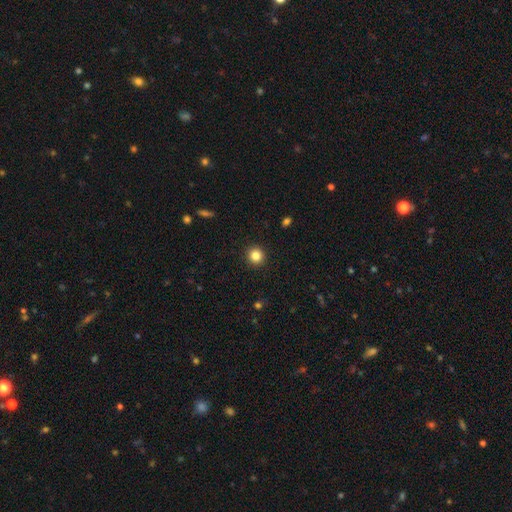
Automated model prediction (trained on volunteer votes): Smooth or featured?
  - smooth: 84% *
  - star or artifact: 11%
  - featured or disk: 5%
How rounded?
  - round: 94% *
  - in between: 5%
  - cigar-shaped: 1%
Merging?
  - none: 93% *
  - minor disturbance: 5%
  - major disturbance: 2%
  - merger: 1%